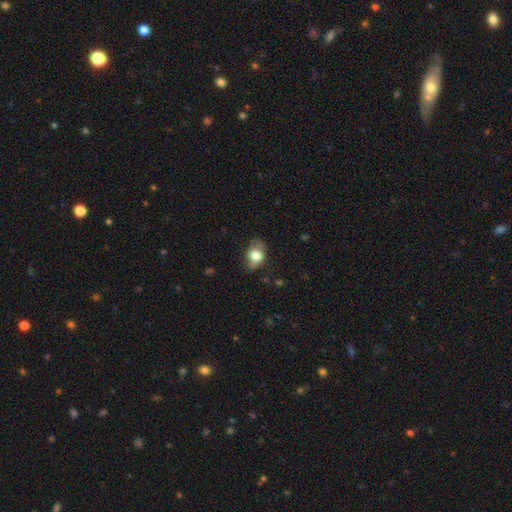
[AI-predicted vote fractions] smooth_or_featured: smooth (p=0.74) [alt: featured or disk p=0.18]
how_rounded: in between (p=0.77) [alt: round p=0.21]
merging: none (p=0.61) [alt: minor disturbance p=0.29]